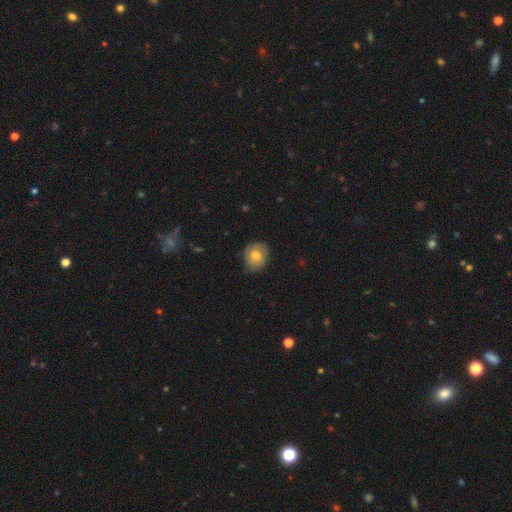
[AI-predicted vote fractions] smooth 65%, featured or disk 27%, star or artifact 8%. Down the decision tree: how rounded — round (73%); merging — none (72%).